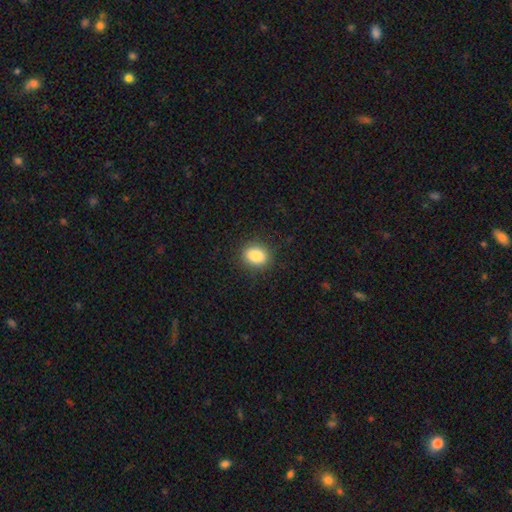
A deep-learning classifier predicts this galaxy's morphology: A smooth galaxy with no disk features (86%) that is in between round and cigar-shaped (54%).

Vote fractions:
- Smooth or featured? smooth: 86% / star or artifact: 9% / featured or disk: 5%
- How rounded? in between: 54% / round: 45% / cigar-shaped: 1%
- Merging? none: 88% / minor disturbance: 8% / major disturbance: 3% / merger: 1%